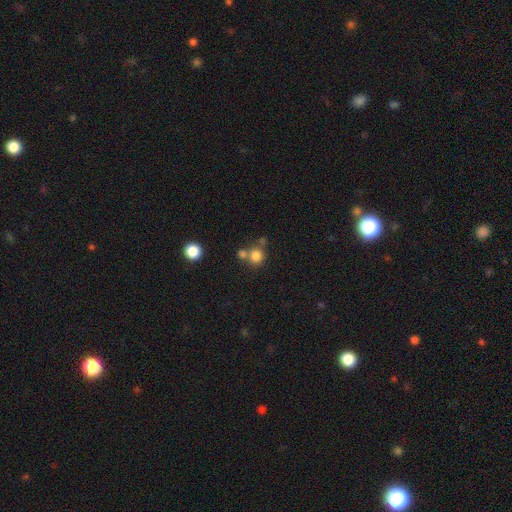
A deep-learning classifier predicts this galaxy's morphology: A smooth galaxy with no disk features (79%) that is round (89%).

Vote fractions:
- Smooth or featured? smooth: 79% / star or artifact: 13% / featured or disk: 8%
- How rounded? round: 89% / in between: 10% / cigar-shaped: 1%
- Merging? none: 56% / merger: 31% / minor disturbance: 9% / major disturbance: 4%